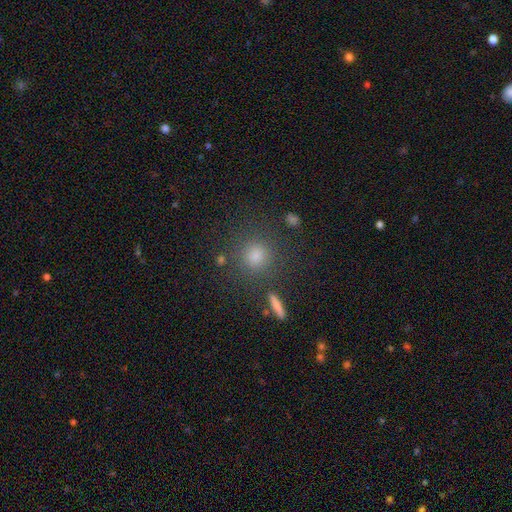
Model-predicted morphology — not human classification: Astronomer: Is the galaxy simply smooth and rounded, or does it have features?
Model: smooth — 78%.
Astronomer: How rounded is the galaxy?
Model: round — 85%.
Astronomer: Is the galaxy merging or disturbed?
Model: none — 80%.